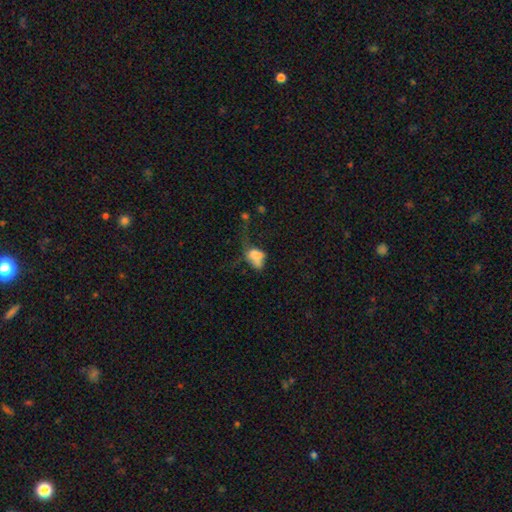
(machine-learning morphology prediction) Smooth or featured? Predicted: smooth (p=0.64). How rounded? Predicted: in between (p=0.77). Merging? Predicted: major disturbance (p=0.43).